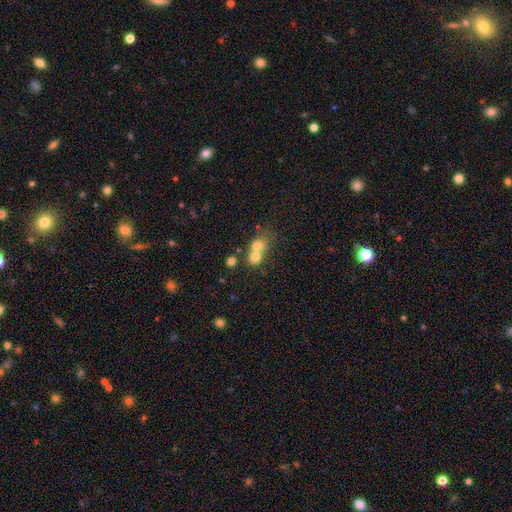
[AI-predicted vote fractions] Q: Smooth or featured?
A: smooth (69%); runner-up: featured or disk (18%)
Q: How rounded?
A: round (66%); runner-up: in between (33%)
Q: Merging?
A: merger (68%); runner-up: none (23%)